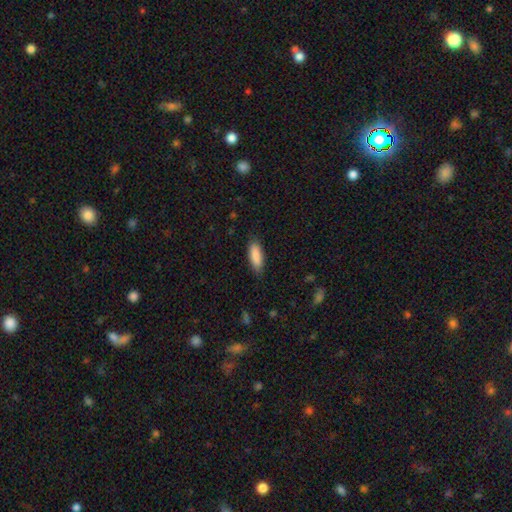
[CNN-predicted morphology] Smooth or featured?
  - smooth: 88% *
  - featured or disk: 7%
  - star or artifact: 6%
How rounded?
  - in between: 67% *
  - cigar-shaped: 31%
  - round: 2%
Merging?
  - none: 84% *
  - minor disturbance: 13%
  - major disturbance: 3%
  - merger: 1%